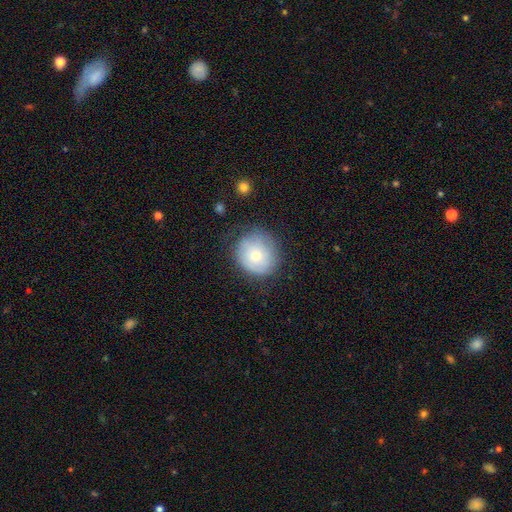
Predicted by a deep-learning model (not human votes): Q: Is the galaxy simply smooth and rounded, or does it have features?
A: smooth — 62%.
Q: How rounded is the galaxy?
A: round — 87%.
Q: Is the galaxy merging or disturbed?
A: none — 70%.